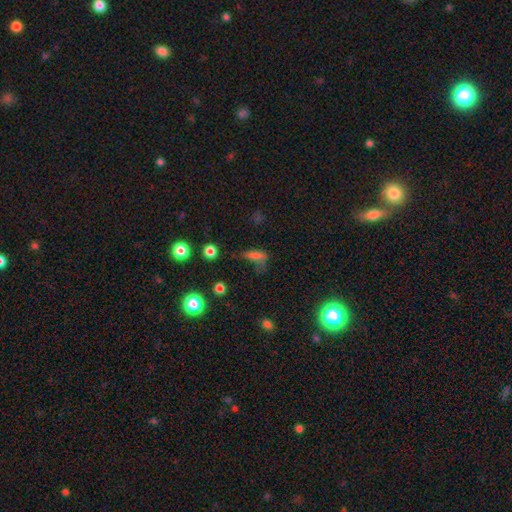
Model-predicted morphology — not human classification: Smooth or featured: smooth — 63% (star or artifact — 19%)
How rounded: in between — 60% (cigar-shaped — 30%)
Merging: none — 37% (major disturbance — 30%)